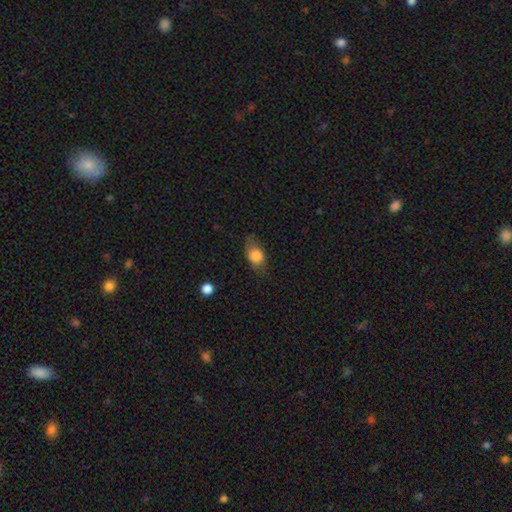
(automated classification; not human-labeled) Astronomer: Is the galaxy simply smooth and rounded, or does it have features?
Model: smooth — 77%.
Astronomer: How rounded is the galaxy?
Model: in between — 72%.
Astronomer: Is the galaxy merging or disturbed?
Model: none — 65%.